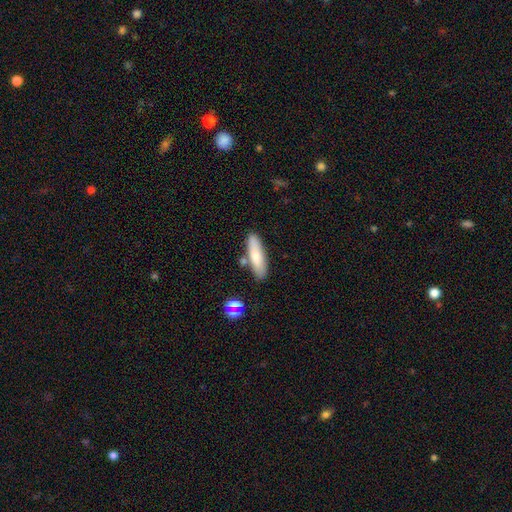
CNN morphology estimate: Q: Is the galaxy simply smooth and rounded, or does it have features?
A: smooth — 75%.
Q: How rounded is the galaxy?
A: cigar-shaped — 66%.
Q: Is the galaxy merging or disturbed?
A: none — 74%.